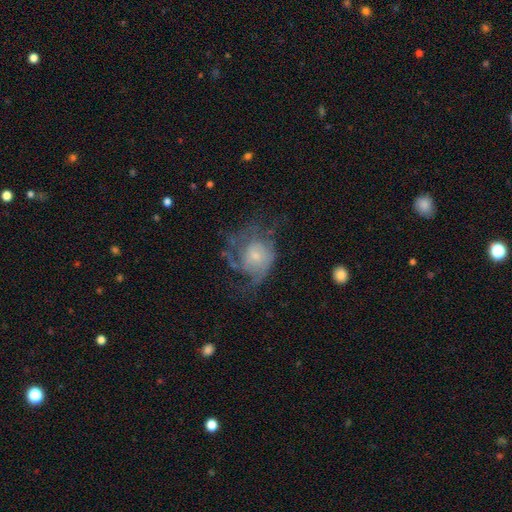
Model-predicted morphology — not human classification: Smooth or featured?
  - featured or disk: 63% *
  - smooth: 28%
  - star or artifact: 9%
Edge-on disk?
  - no: 97% *
  - yes: 3%
Bar?
  - no: 77% *
  - weak: 20%
  - strong: 3%
Spiral arms?
  - yes: 70% *
  - no: 30%
Bulge size?
  - small: 58% *
  - moderate: 32%
  - none: 5%
  - large: 4%
  - dominant: 1%
Merging?
  - major disturbance: 41% *
  - none: 35%
  - minor disturbance: 21%
  - merger: 2%